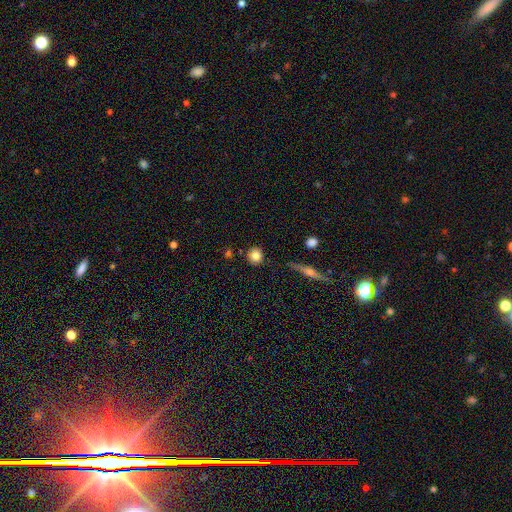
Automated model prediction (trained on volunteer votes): Morphology: type=smooth (81%); roundness=round (91%); merging=none (85%).